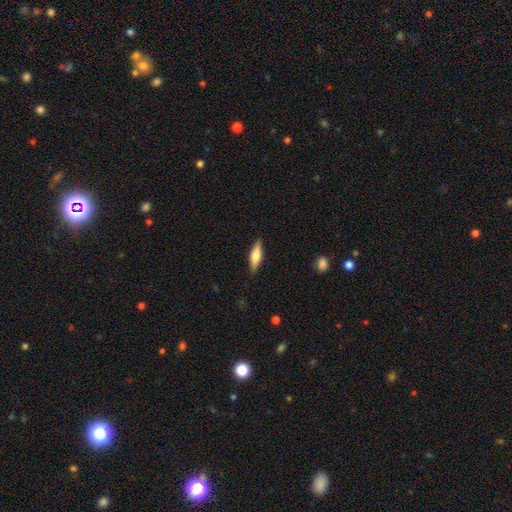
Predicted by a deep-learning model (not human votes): Q: Smooth or featured?
A: smooth (55%); runner-up: featured or disk (39%)
Q: How rounded?
A: cigar-shaped (59%); runner-up: in between (39%)
Q: Merging?
A: none (88%); runner-up: minor disturbance (9%)